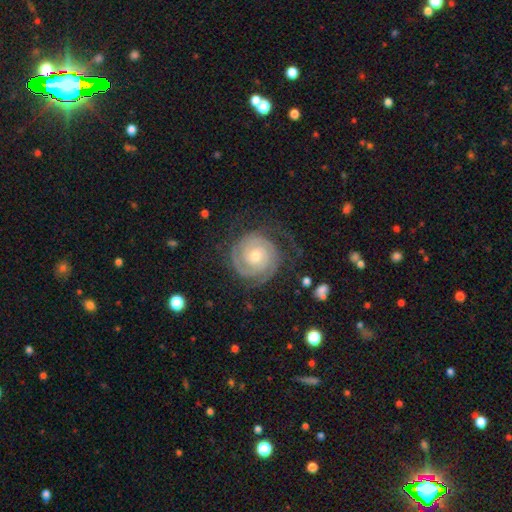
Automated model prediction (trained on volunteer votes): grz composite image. It shows a featured or disk galaxy (89%) with no bar (72%), 2 (55%) tight (82%) spiral arms (98%) and a moderate central bulge (49%). Merging: none (73%).